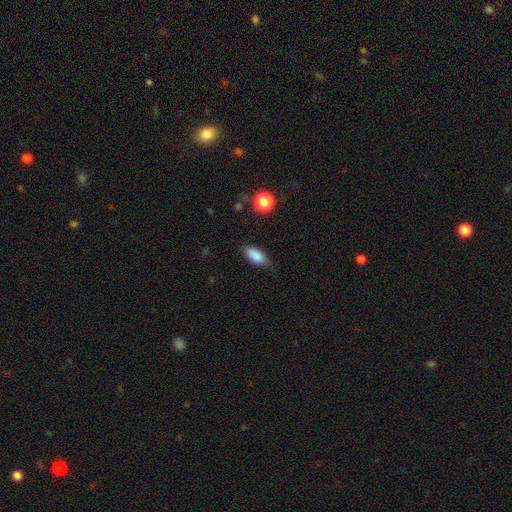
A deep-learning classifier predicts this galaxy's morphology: Smooth or featured? Predicted: smooth (p=0.86). How rounded? Predicted: in between (p=0.85). Merging? Predicted: none (p=0.78).